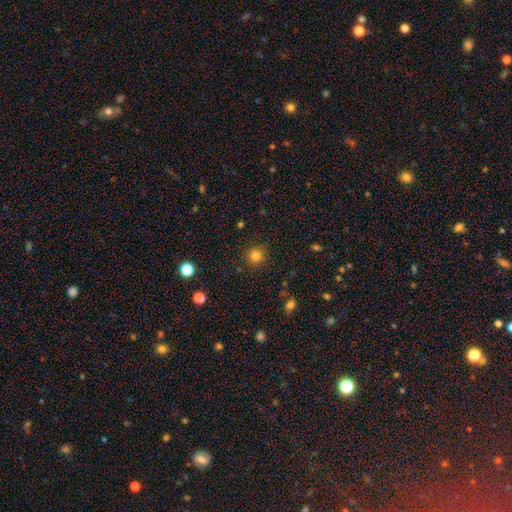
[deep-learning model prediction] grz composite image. It shows a smooth galaxy with no disk features (82%) that is round (94%). Merging: none (88%).